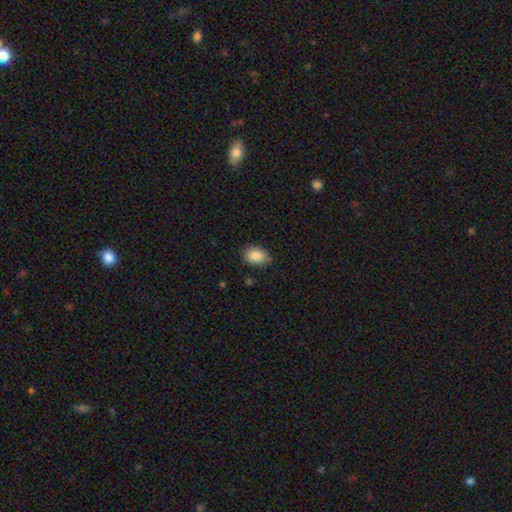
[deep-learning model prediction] smooth-or-featured: smooth: 85% | star or artifact: 8% | featured or disk: 7%
  how-rounded: in between: 78% | round: 21% | cigar-shaped: 1%
  merging: none: 78% | minor disturbance: 18% | major disturbance: 3% | merger: 1%